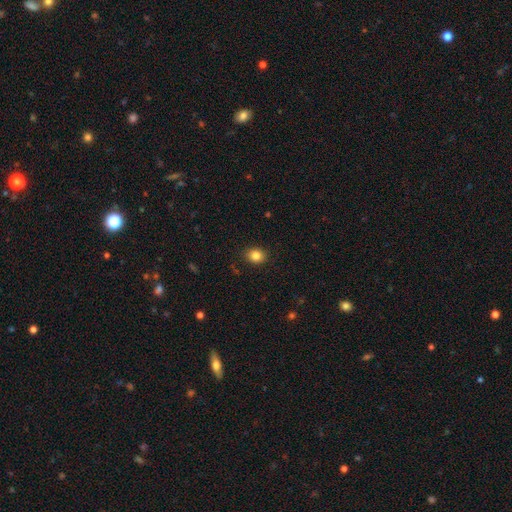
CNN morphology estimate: Smooth or featured?
  - smooth: 85% *
  - star or artifact: 10%
  - featured or disk: 5%
How rounded?
  - round: 56% *
  - in between: 43%
  - cigar-shaped: 1%
Merging?
  - none: 88% *
  - minor disturbance: 8%
  - major disturbance: 2%
  - merger: 1%